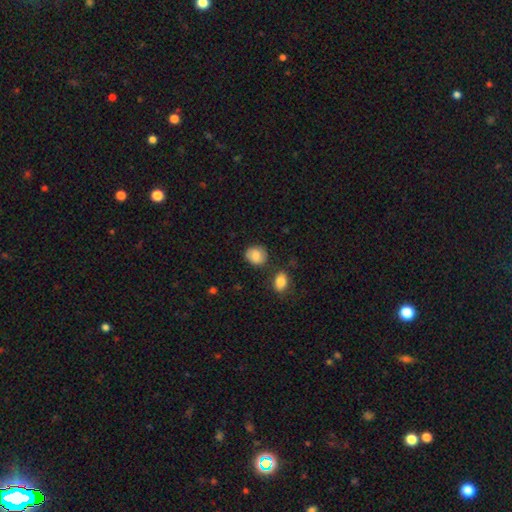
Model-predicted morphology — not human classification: Smooth or featured?
  - smooth: 80% *
  - featured or disk: 12%
  - star or artifact: 8%
How rounded?
  - round: 68% *
  - in between: 31%
  - cigar-shaped: 1%
Merging?
  - none: 77% *
  - minor disturbance: 15%
  - merger: 4%
  - major disturbance: 4%